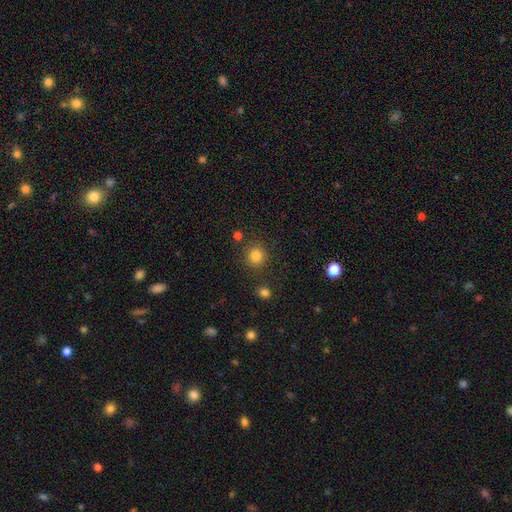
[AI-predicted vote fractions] smooth_or_featured: smooth (p=0.83) [alt: star or artifact p=0.12]
how_rounded: round (p=0.92) [alt: in between p=0.07]
merging: none (p=0.85) [alt: minor disturbance p=0.08]